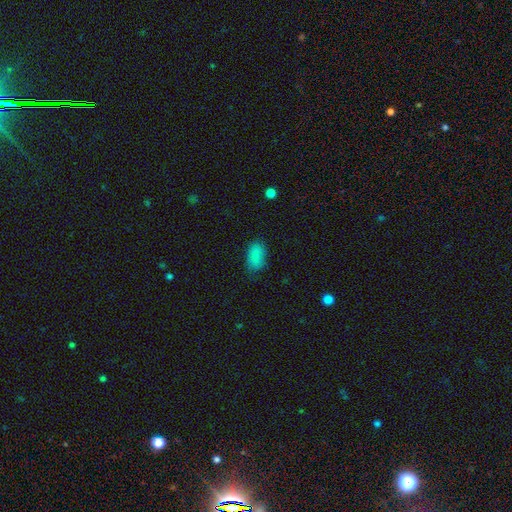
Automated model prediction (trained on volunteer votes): A smooth galaxy with no disk features (86%) that is in between round and cigar-shaped (93%).

Vote fractions:
- Smooth or featured? smooth: 86% / star or artifact: 10% / featured or disk: 5%
- How rounded? in between: 93% / round: 4% / cigar-shaped: 3%
- Merging? none: 74% / minor disturbance: 20% / major disturbance: 5% / merger: 1%